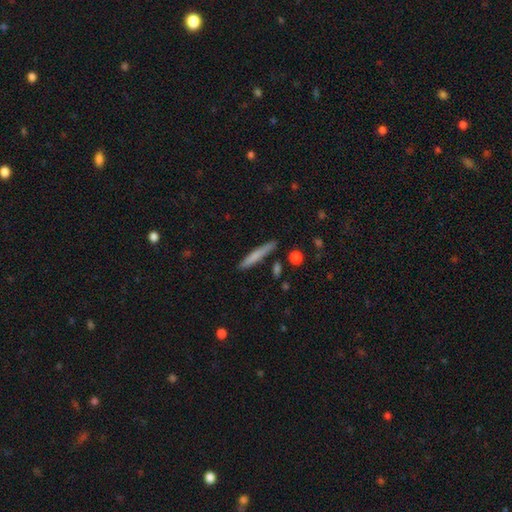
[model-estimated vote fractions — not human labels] Q: Smooth or featured?
A: smooth (71%); runner-up: featured or disk (23%)
Q: How rounded?
A: cigar-shaped (95%); runner-up: in between (4%)
Q: Merging?
A: none (86%); runner-up: minor disturbance (9%)